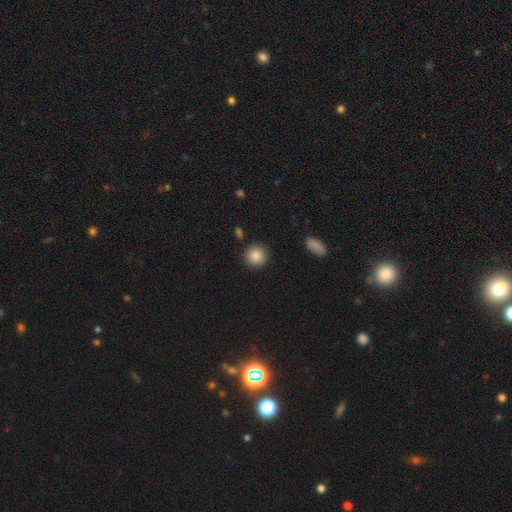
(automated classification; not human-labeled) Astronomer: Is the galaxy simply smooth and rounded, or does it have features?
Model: smooth — 86%.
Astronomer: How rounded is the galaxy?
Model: round — 93%.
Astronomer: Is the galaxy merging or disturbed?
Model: none — 90%.